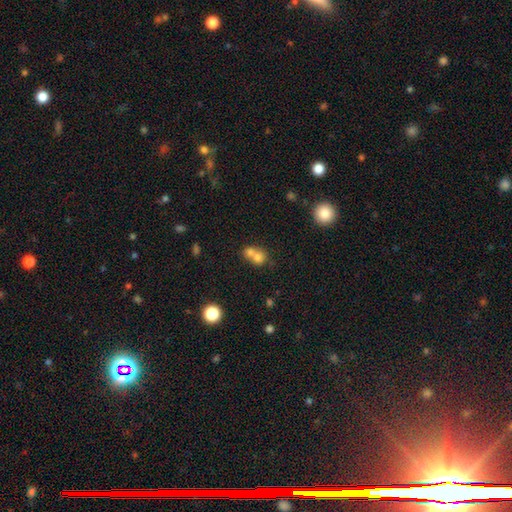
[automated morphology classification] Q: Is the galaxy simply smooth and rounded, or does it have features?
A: smooth — 73%.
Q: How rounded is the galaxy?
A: round — 73%.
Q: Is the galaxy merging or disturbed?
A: merger — 66%.